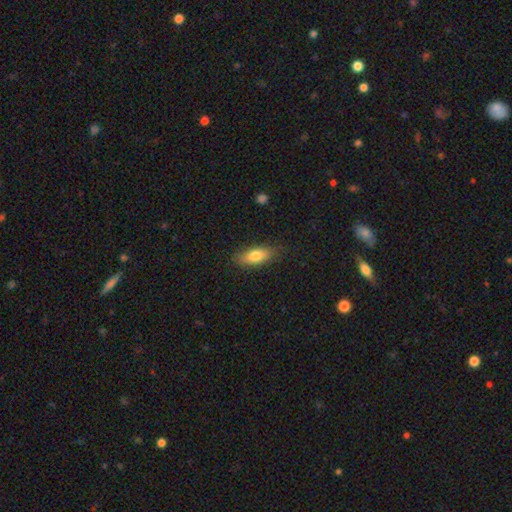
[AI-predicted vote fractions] smooth-or-featured: smooth: 76% | featured or disk: 17% | star or artifact: 7%
  how-rounded: in between: 74% | cigar-shaped: 23% | round: 3%
  merging: none: 83% | minor disturbance: 13% | major disturbance: 3% | merger: 1%